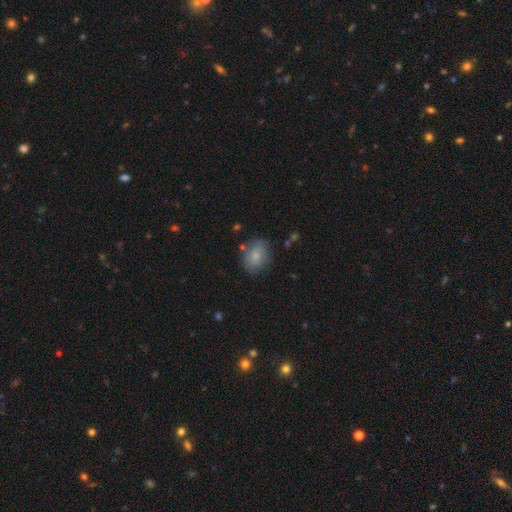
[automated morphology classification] type=smooth (76%); roundness=in between (65%); merging=none (73%).